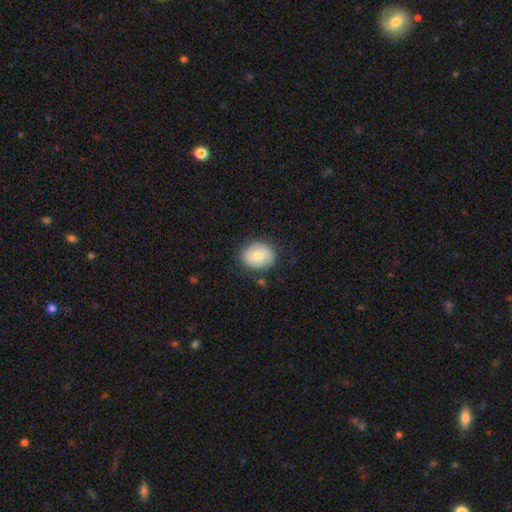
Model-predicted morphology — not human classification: smooth_or_featured: smooth (p=0.76) [alt: featured or disk p=0.17]
how_rounded: round (p=0.62) [alt: in between p=0.37]
merging: none (p=0.83) [alt: minor disturbance p=0.12]